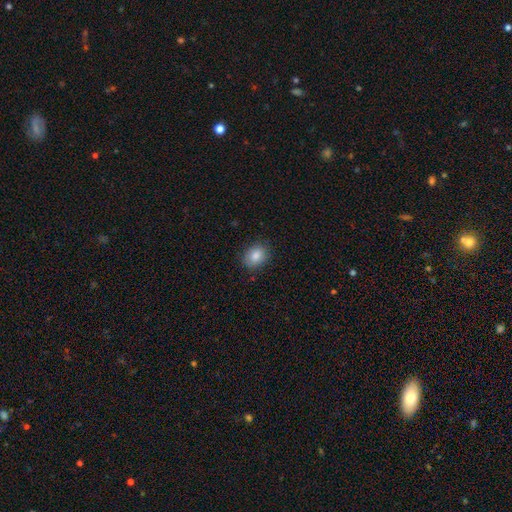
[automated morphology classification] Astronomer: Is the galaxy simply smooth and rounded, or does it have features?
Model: smooth — 84%.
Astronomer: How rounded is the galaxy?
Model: in between — 59% (runner-up: round, 40%).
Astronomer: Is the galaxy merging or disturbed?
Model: none — 85%.